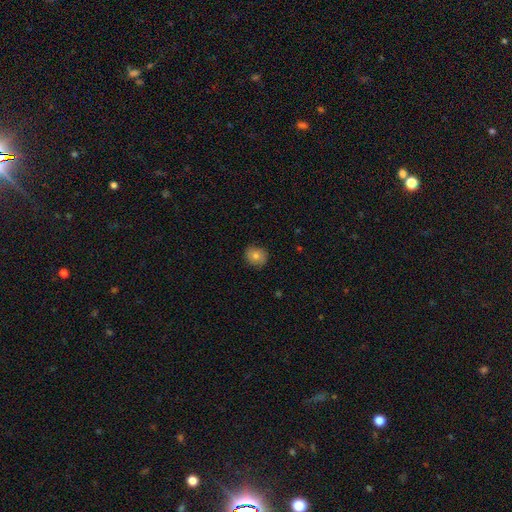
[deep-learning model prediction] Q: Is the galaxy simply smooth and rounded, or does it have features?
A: smooth — 74%.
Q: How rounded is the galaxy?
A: round — 77%.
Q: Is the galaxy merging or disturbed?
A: none — 83%.